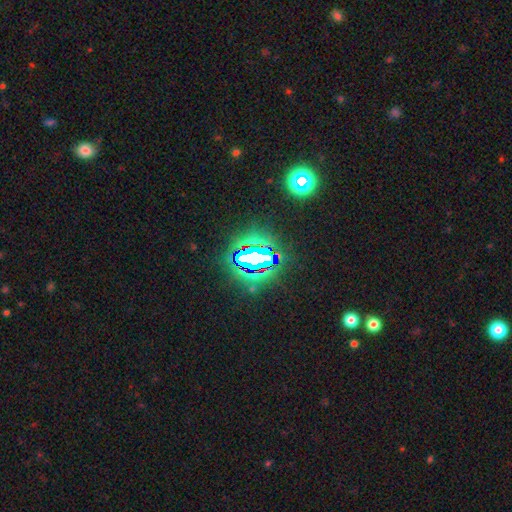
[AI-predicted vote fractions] Q: Smooth or featured?
A: star or artifact (75%); runner-up: smooth (14%)